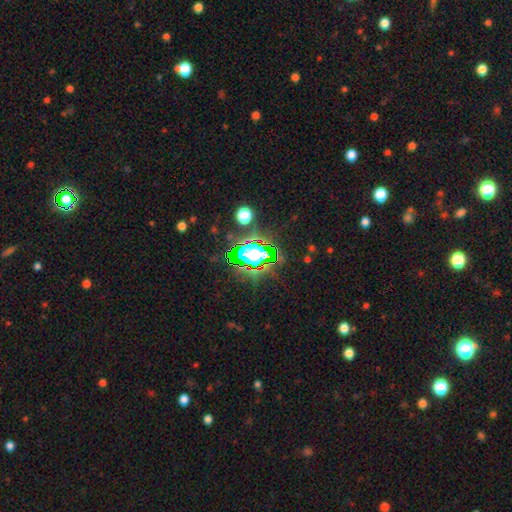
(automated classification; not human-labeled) Q: Smooth or featured?
A: star or artifact (67%); runner-up: smooth (20%)